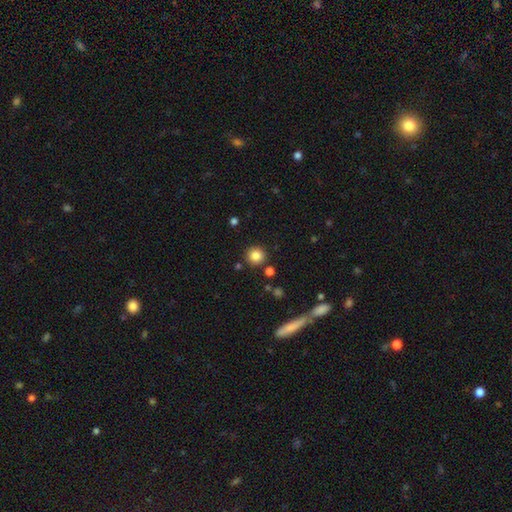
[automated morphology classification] smooth_or_featured: smooth (p=0.85) [alt: star or artifact p=0.11]
how_rounded: round (p=0.93) [alt: in between p=0.06]
merging: none (p=0.88) [alt: minor disturbance p=0.06]